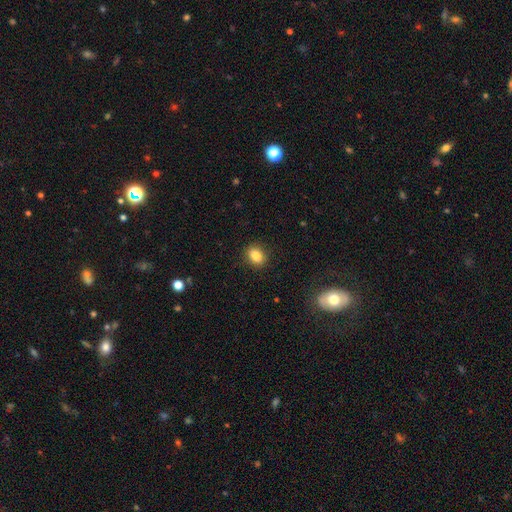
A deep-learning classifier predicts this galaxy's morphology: Smooth or featured: smooth — 84% (star or artifact — 10%)
How rounded: in between — 57% (round — 41%)
Merging: none — 88% (minor disturbance — 8%)